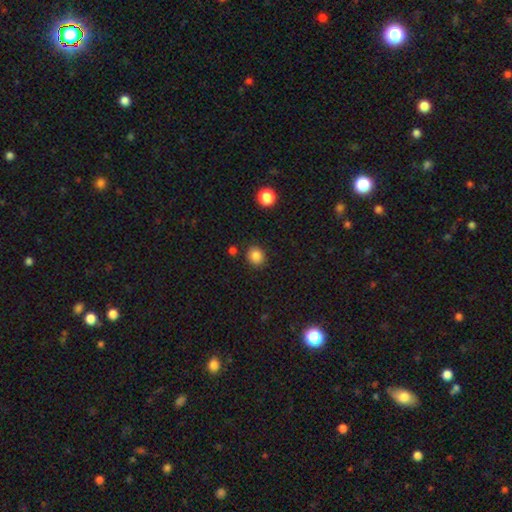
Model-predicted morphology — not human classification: Smooth or featured? smooth (85%)
How rounded? round (79%)
Merging? none (86%)